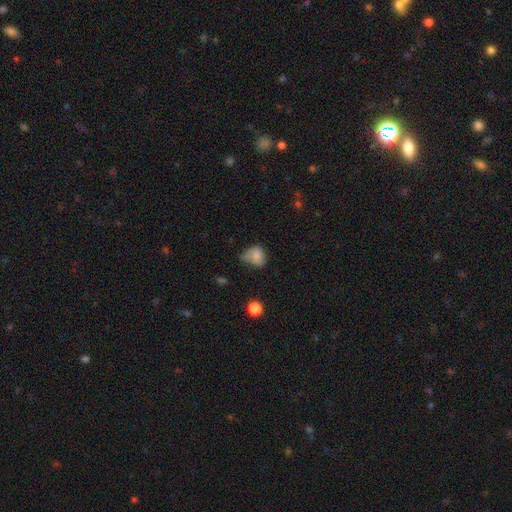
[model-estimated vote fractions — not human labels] Smooth or featured? smooth (73%)
How rounded? round (50%)
Merging? none (38%)